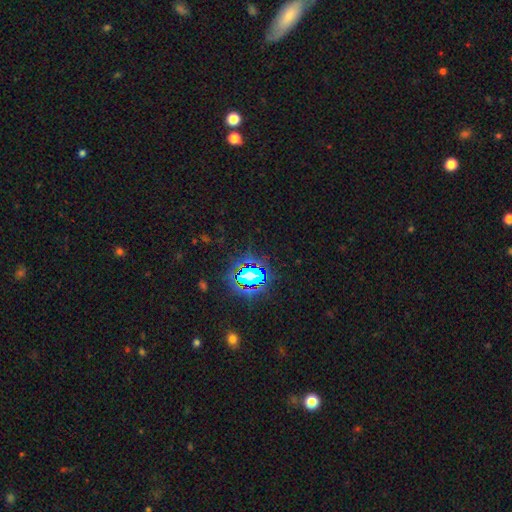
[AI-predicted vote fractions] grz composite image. It shows a star or artifact, not a galaxy (77%).